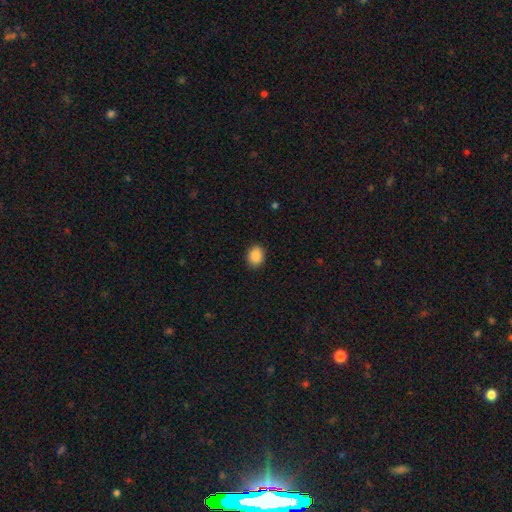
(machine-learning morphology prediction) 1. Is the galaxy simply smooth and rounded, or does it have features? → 89% smooth, 8% star or artifact, 3% featured or disk.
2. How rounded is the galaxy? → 52% in between, 47% round, 1% cigar-shaped.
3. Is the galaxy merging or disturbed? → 89% none, 8% minor disturbance, 2% major disturbance, 1% merger.